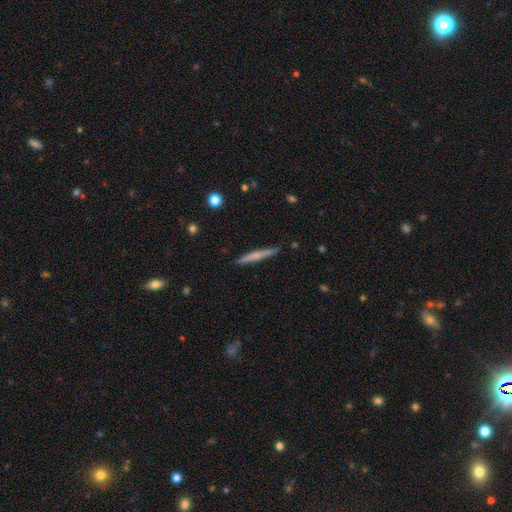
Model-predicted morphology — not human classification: Smooth or featured? smooth (57%)
How rounded? cigar-shaped (96%)
Merging? none (89%)